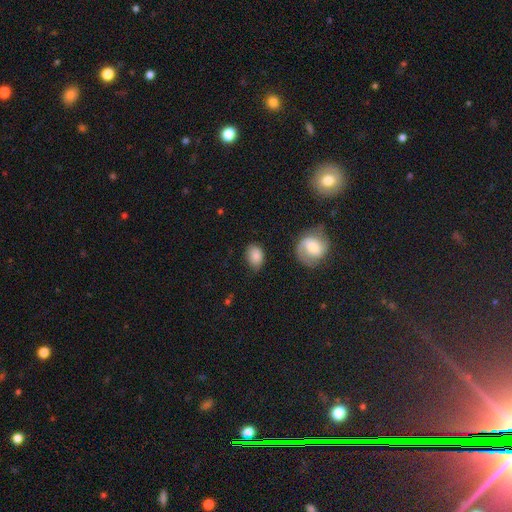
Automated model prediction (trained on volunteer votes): This appears to be a smooth galaxy with no disk features (80%) that is in between round and cigar-shaped (74%). Merging: none (70%).